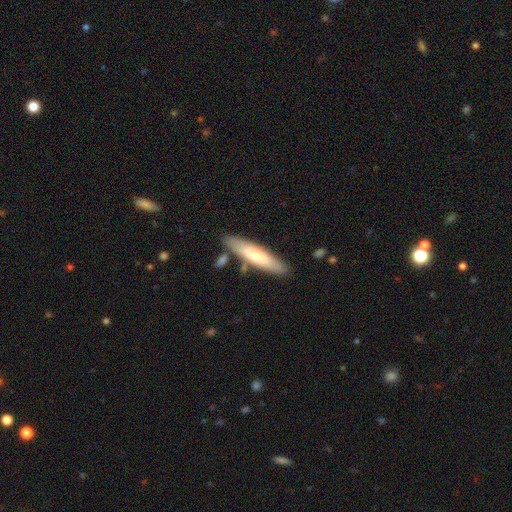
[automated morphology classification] Overall: smooth (67%; featured or disk 28%). How rounded: cigar-shaped (81%). Merging: none (81%).